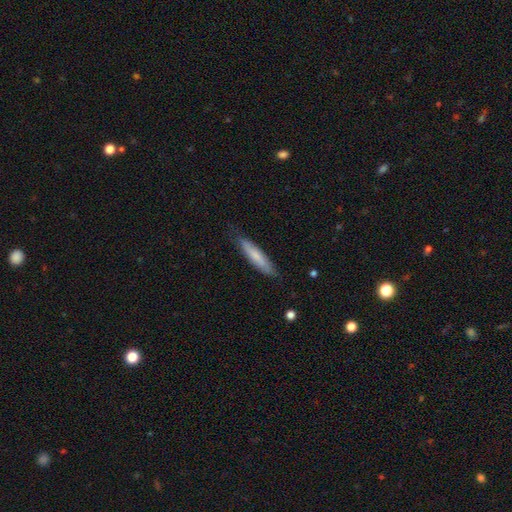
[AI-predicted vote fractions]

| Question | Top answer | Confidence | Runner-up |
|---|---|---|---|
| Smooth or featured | smooth | 71% | featured or disk (23%) |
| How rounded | cigar-shaped | 85% | in between (14%) |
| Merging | none | 78% | minor disturbance (18%) |